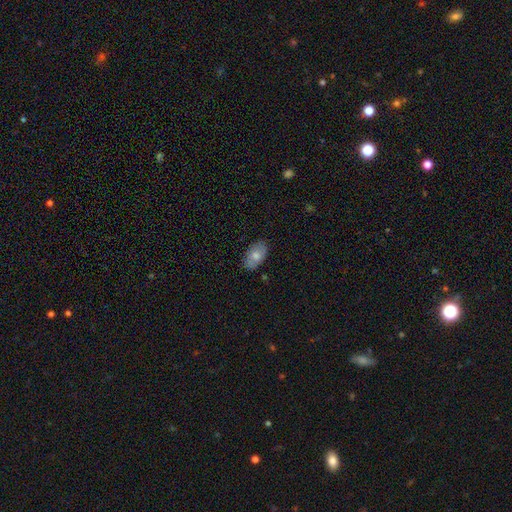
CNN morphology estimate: smooth-or-featured: smooth: 71% | featured or disk: 22% | star or artifact: 7%
  how-rounded: in between: 93% | round: 5% | cigar-shaped: 2%
  merging: none: 83% | minor disturbance: 13% | major disturbance: 2% | merger: 1%